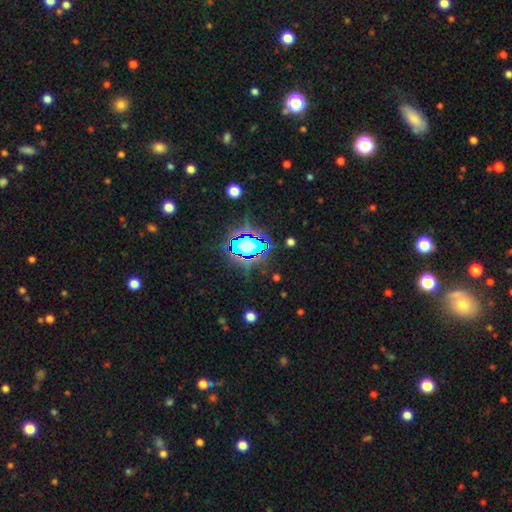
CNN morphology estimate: Q: Smooth or featured?
A: star or artifact (76%); runner-up: smooth (15%)